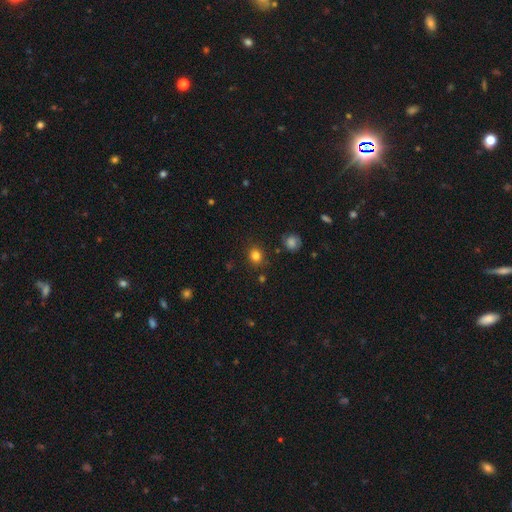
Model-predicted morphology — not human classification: Overall: smooth (81%). How rounded: round (82%). Merging: none (87%).